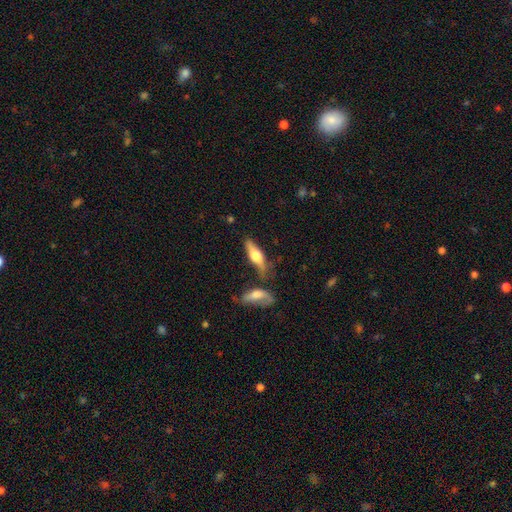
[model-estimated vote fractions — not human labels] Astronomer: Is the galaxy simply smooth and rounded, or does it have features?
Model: featured or disk — 49% (runner-up: smooth, 45%).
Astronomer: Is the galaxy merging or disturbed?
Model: none — 62%.